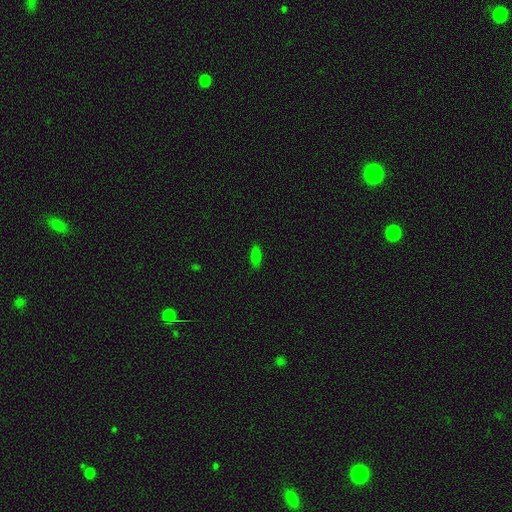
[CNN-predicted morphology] smooth-or-featured: smooth: 81% | star or artifact: 12% | featured or disk: 7%
  how-rounded: in between: 71% | cigar-shaped: 26% | round: 3%
  merging: none: 86% | minor disturbance: 11% | major disturbance: 2% | merger: 1%